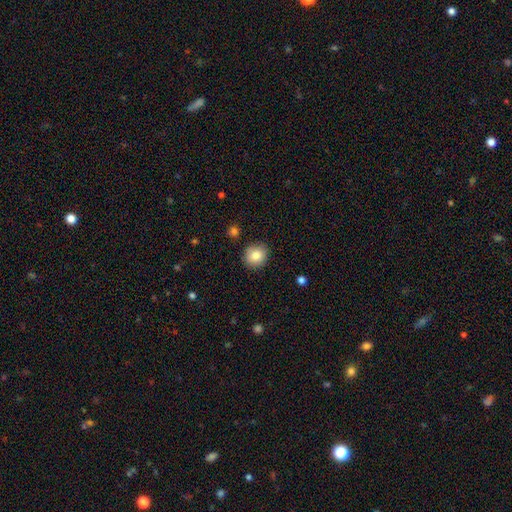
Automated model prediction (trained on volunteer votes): Smooth or featured? Predicted: smooth (p=0.85). How rounded? Predicted: round (p=0.84). Merging? Predicted: none (p=0.87).